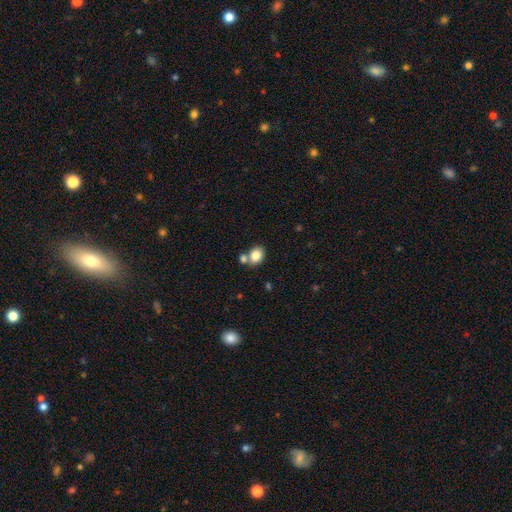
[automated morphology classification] Smooth or featured? Predicted: smooth (p=0.82). How rounded? Predicted: in between (p=0.57). Merging? Predicted: none (p=0.56).